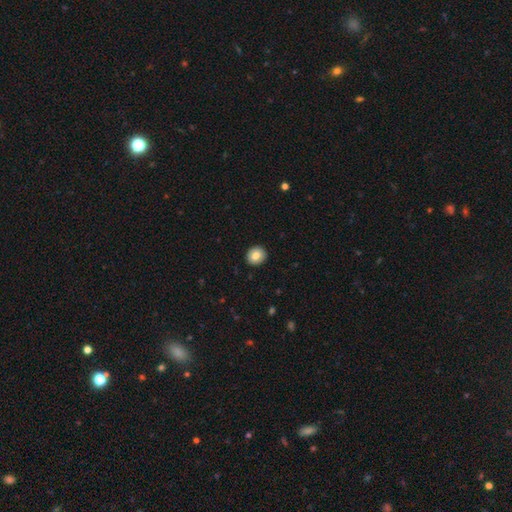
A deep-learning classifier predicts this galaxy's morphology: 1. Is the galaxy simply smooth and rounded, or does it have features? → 81% smooth, 11% featured or disk, 8% star or artifact.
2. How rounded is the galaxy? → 84% round, 15% in between, 1% cigar-shaped.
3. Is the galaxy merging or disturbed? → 92% none, 6% minor disturbance, 2% major disturbance, 1% merger.